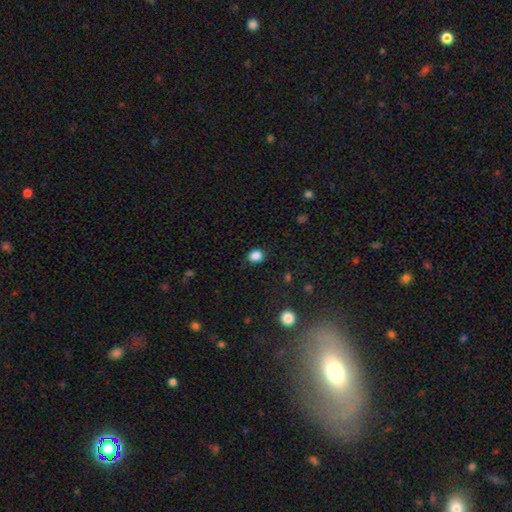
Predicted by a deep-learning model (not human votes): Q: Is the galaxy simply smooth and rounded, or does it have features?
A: smooth — 86%.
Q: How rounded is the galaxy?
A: round — 55%.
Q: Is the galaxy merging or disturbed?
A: none — 85%.